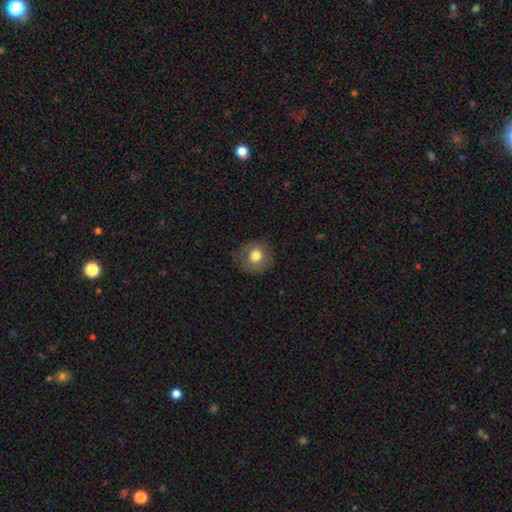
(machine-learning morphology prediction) A smooth galaxy with no disk features (73%) that is round (87%). Merging: none (79%).